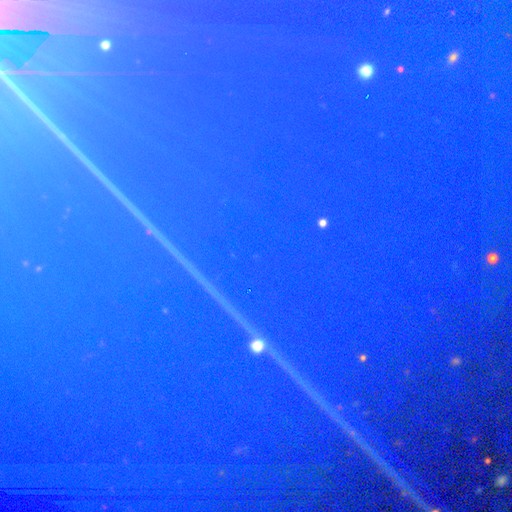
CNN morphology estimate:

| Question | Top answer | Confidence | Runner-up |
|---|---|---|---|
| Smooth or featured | star or artifact | 84% | featured or disk (9%) |